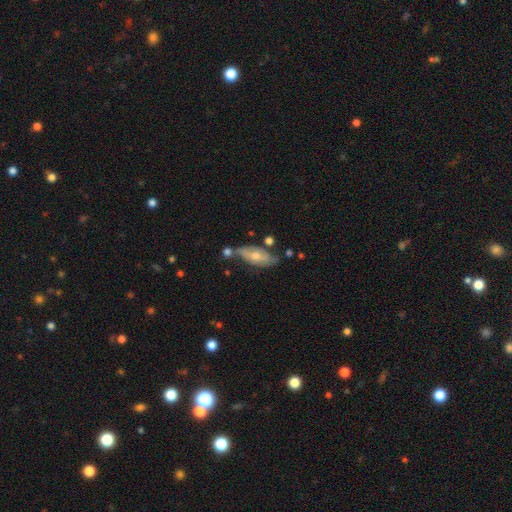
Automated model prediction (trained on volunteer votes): Morphology: type=featured or disk (48%); merging=none (50%).